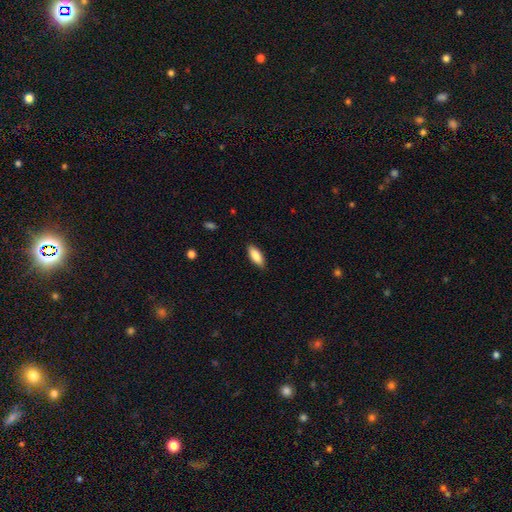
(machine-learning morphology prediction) Smooth or featured?
  - smooth: 88% *
  - featured or disk: 7%
  - star or artifact: 6%
How rounded?
  - in between: 78% *
  - cigar-shaped: 20%
  - round: 2%
Merging?
  - none: 86% *
  - minor disturbance: 11%
  - major disturbance: 2%
  - merger: 1%